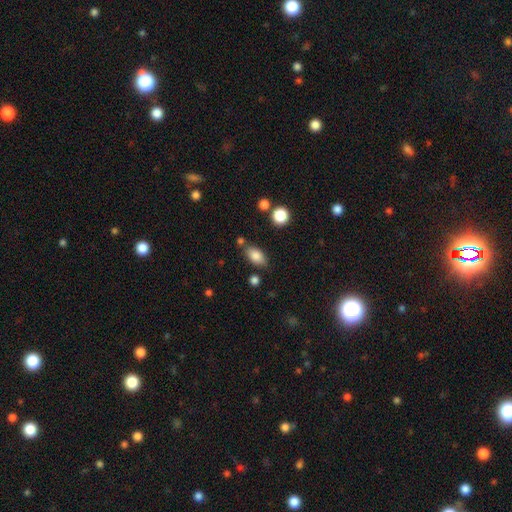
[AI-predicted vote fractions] Overall: smooth (83%). How rounded: in between (89%). Merging: none (75%).